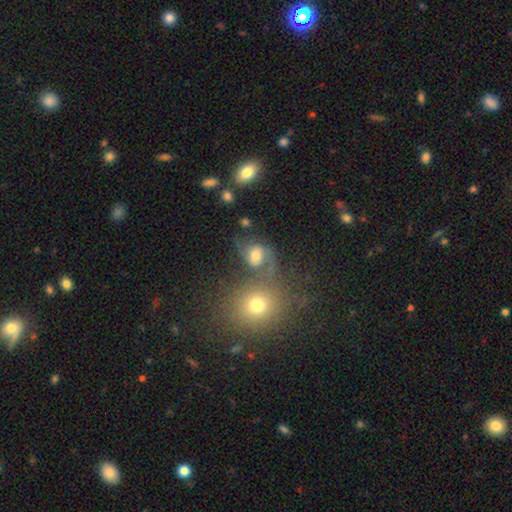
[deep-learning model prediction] This appears to be a featured or disk galaxy (51%). Merging: none (45%).